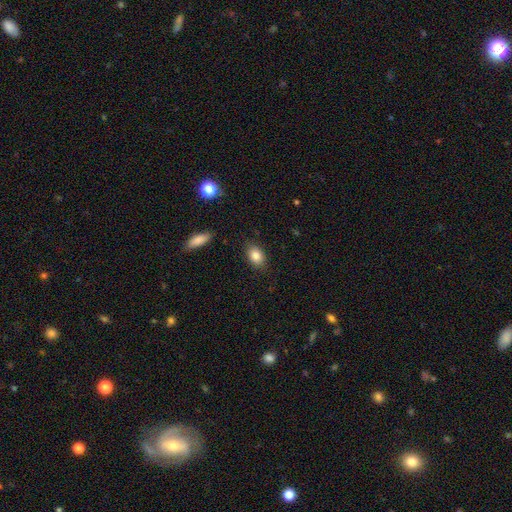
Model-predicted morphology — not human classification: smooth 84%, star or artifact 8%, featured or disk 8%. Down the decision tree: how rounded — in between (80%); merging — none (86%).